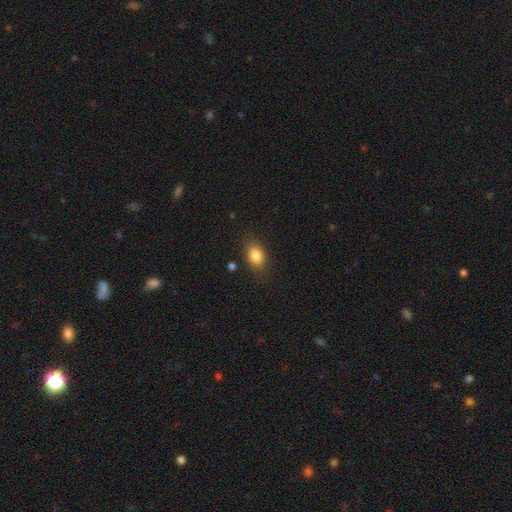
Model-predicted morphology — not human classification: smooth_or_featured: smooth (p=0.84) [alt: star or artifact p=0.09]
how_rounded: in between (p=0.79) [alt: round p=0.19]
merging: none (p=0.81) [alt: minor disturbance p=0.13]